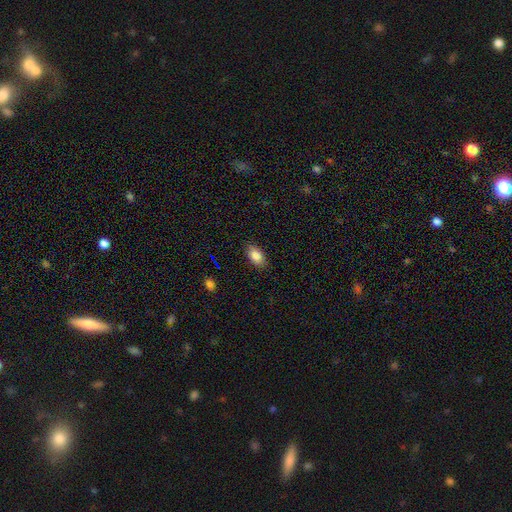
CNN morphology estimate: This is clearly a smooth galaxy (85%). How rounded: clearly in between (91%). Merging: clearly none (87%).